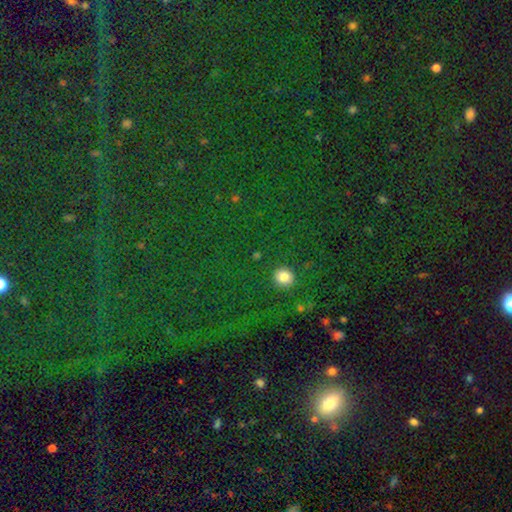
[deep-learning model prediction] Overall: star or artifact (77%).